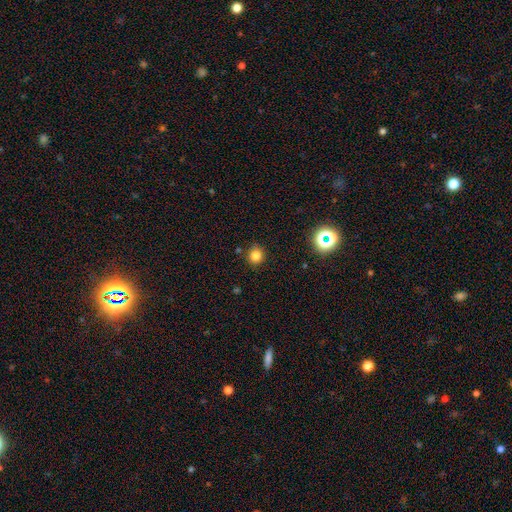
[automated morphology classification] Smooth or featured? Predicted: smooth (p=0.81). How rounded? Predicted: round (p=0.87). Merging? Predicted: none (p=0.86).